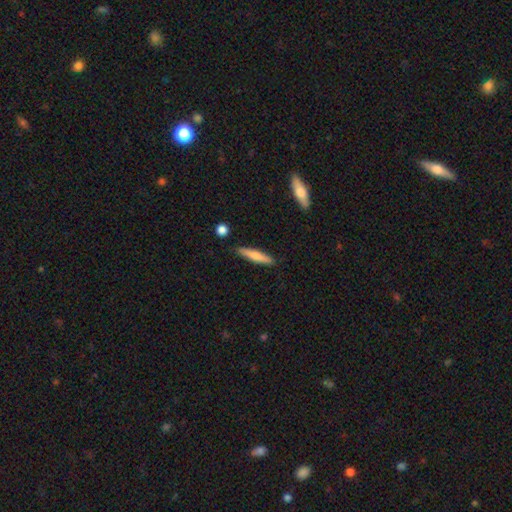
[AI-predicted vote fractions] Smooth or featured? Predicted: smooth (p=0.71). How rounded? Predicted: cigar-shaped (p=0.88). Merging? Predicted: none (p=0.87).